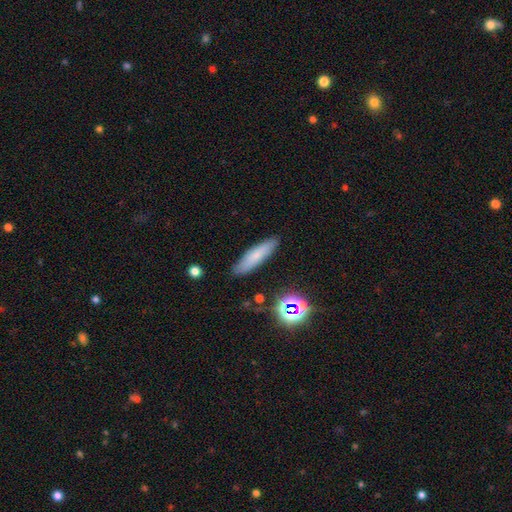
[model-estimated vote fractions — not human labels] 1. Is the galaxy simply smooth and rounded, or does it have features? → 71% smooth, 19% featured or disk, 10% star or artifact.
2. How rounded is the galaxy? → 74% cigar-shaped, 24% in between, 2% round.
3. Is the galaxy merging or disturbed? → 86% none, 10% minor disturbance, 2% major disturbance, 2% merger.